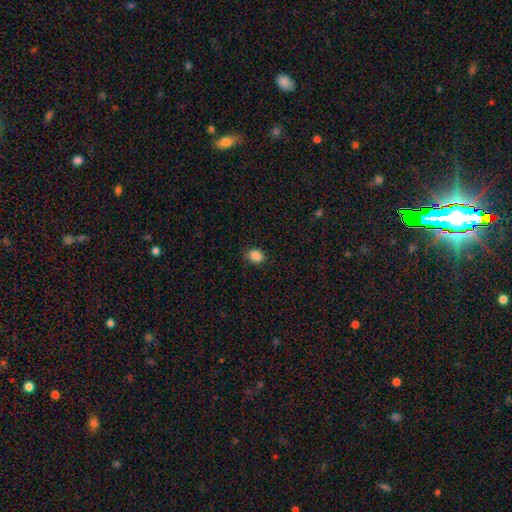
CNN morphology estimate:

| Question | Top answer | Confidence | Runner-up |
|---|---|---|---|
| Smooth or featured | smooth | 87% | star or artifact (10%) |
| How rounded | in between | 53% | round (46%) |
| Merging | none | 84% | minor disturbance (12%) |